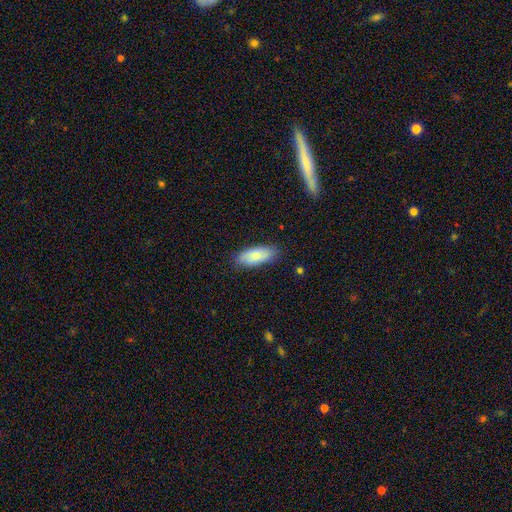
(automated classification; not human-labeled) Morphology: type=smooth (82%); roundness=in between (79%); merging=none (82%).